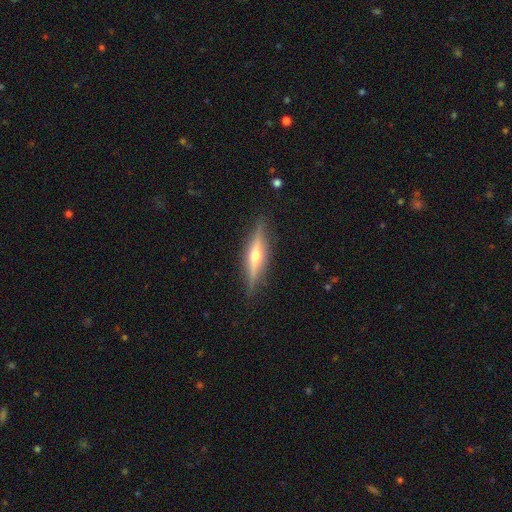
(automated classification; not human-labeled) Smooth or featured?
  - featured or disk: 69% *
  - smooth: 25%
  - star or artifact: 6%
Edge-on disk?
  - yes: 96% *
  - no: 4%
Edge-on bulge?
  - rounded: 92% *
  - none: 4%
  - boxy: 4%
Merging?
  - none: 88% *
  - minor disturbance: 9%
  - major disturbance: 2%
  - merger: 1%